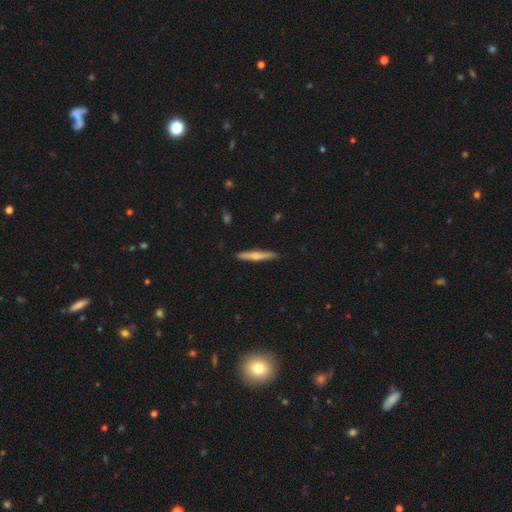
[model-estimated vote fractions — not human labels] smooth-or-featured: featured or disk: 50% | smooth: 44% | star or artifact: 6%
  disk-edge-on: yes: 96% | no: 4%
  merging: none: 90% | minor disturbance: 7% | major disturbance: 1% | merger: 1%